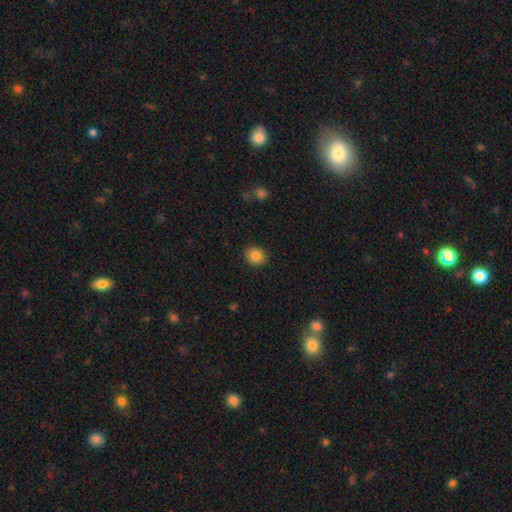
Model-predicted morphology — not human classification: smooth-or-featured: smooth: 85% | star or artifact: 10% | featured or disk: 5%
  how-rounded: round: 66% | in between: 34% | cigar-shaped: 1%
  merging: none: 89% | minor disturbance: 8% | major disturbance: 2% | merger: 1%